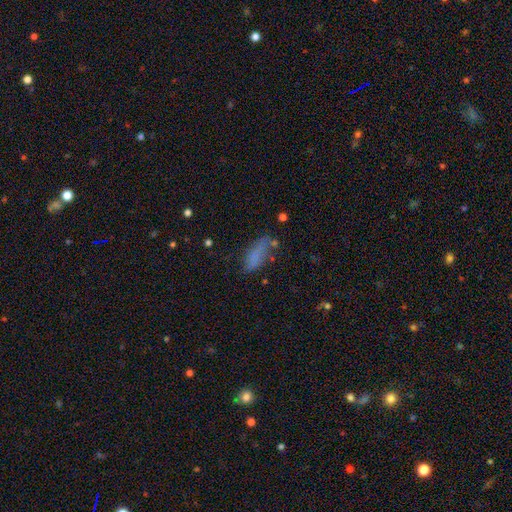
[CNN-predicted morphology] This is likely a smooth galaxy (74%). How rounded: likely in between (64%). Merging: possibly none (50%).